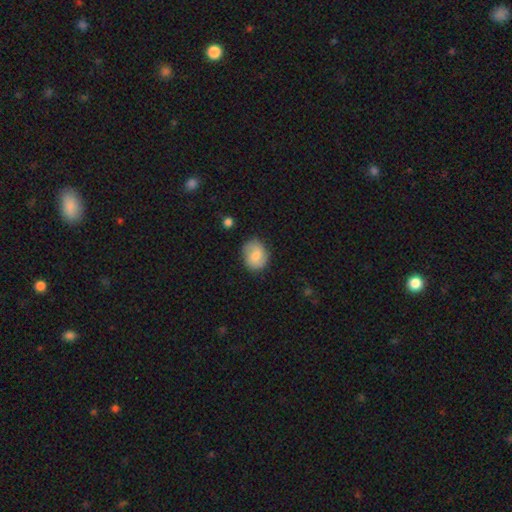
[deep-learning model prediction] Smooth or featured? Predicted: smooth (p=0.73). How rounded? Predicted: round (p=0.54). Merging? Predicted: none (p=0.78).